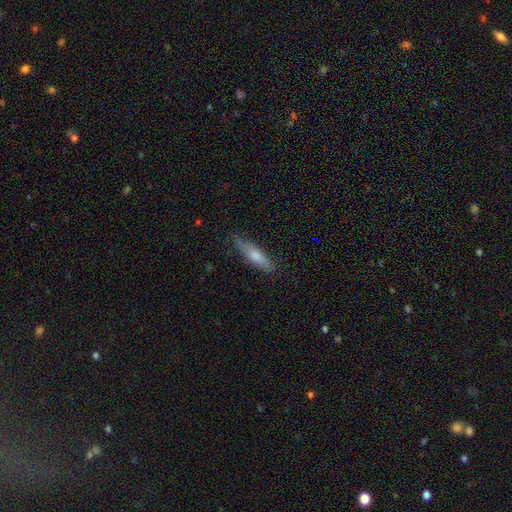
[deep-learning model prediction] smooth_or_featured: smooth (p=0.67) [alt: featured or disk p=0.27]
how_rounded: cigar-shaped (p=0.71) [alt: in between p=0.28]
merging: none (p=0.80) [alt: minor disturbance p=0.16]